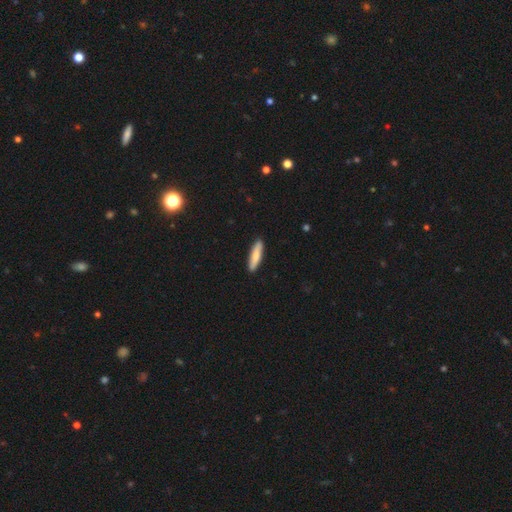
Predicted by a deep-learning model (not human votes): A smooth galaxy with no disk features (80%) that is cigar-shaped (80%). Merging: none (90%).